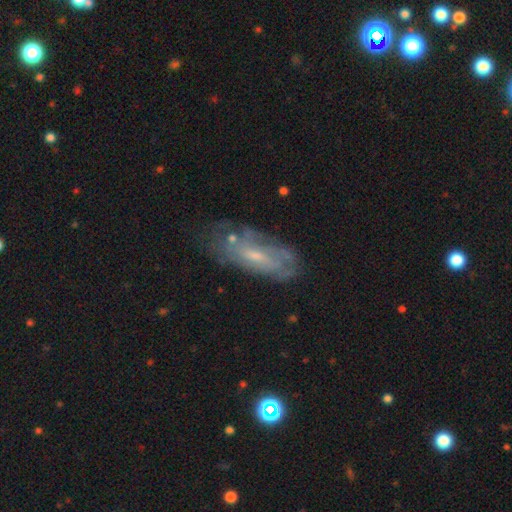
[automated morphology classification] Smooth or featured?
  - featured or disk: 61% *
  - smooth: 31%
  - star or artifact: 8%
Edge-on disk?
  - no: 83% *
  - yes: 17%
Bar?
  - no: 52% *
  - weak: 39%
  - strong: 9%
Spiral arms?
  - yes: 56% *
  - no: 44%
Bulge size?
  - small: 54% *
  - moderate: 35%
  - none: 8%
  - large: 2%
  - dominant: 1%
Merging?
  - none: 63% *
  - minor disturbance: 23%
  - major disturbance: 10%
  - merger: 4%